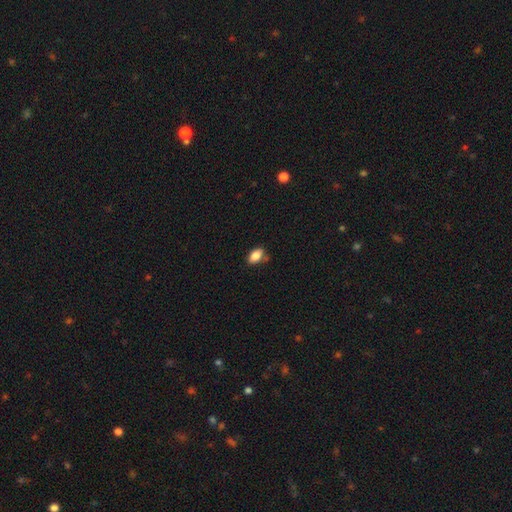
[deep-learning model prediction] Smooth or featured? smooth (84%)
How rounded? in between (91%)
Merging? none (72%)